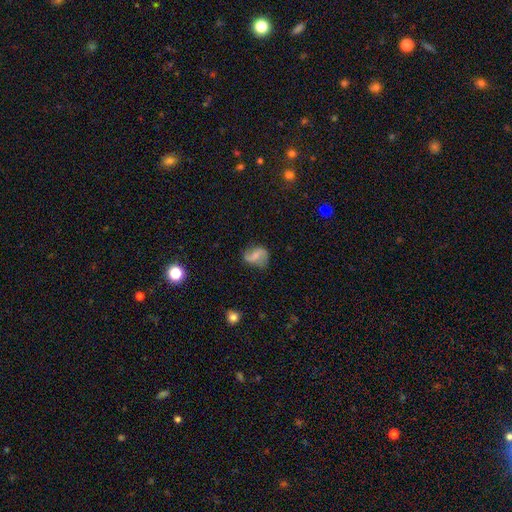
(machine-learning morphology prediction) This appears to be a featured or disk galaxy (67%) with a weak bar (46%), 2 (89%) loose (62%) spiral arms (91%) and no central bulge (39%). Merging: none (71%).